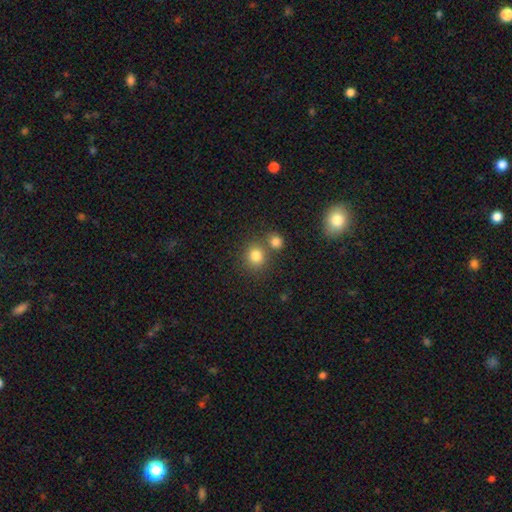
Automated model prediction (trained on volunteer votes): A smooth galaxy with no disk features (80%) that is round (85%).

Vote fractions:
- Smooth or featured? smooth: 80% / star or artifact: 13% / featured or disk: 7%
- How rounded? round: 85% / in between: 14% / cigar-shaped: 1%
- Merging? none: 64% / merger: 24% / minor disturbance: 9% / major disturbance: 3%